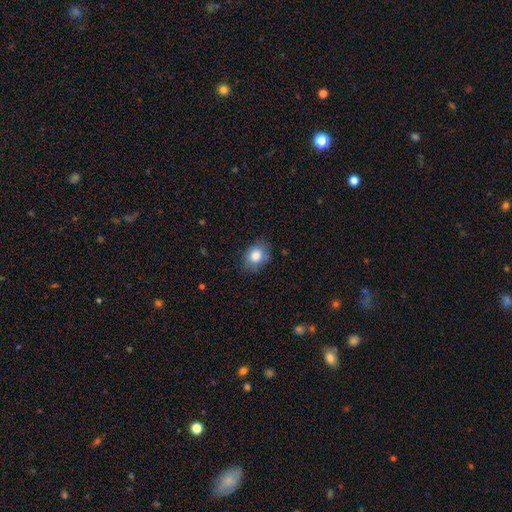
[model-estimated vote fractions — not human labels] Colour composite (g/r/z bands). It shows a smooth galaxy with no disk features (83%) that is in between round and cigar-shaped (61%). Merging: none (77%).